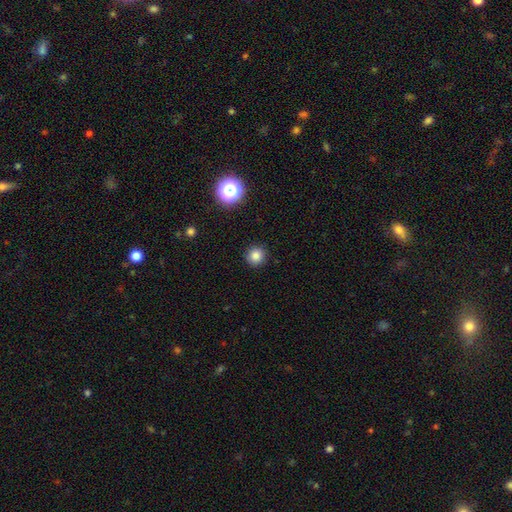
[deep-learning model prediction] A smooth galaxy with no disk features (83%) that is round (94%).

Vote fractions:
- Smooth or featured? smooth: 83% / star or artifact: 13% / featured or disk: 4%
- How rounded? round: 94% / in between: 5% / cigar-shaped: 1%
- Merging? none: 91% / minor disturbance: 5% / major disturbance: 2% / merger: 1%